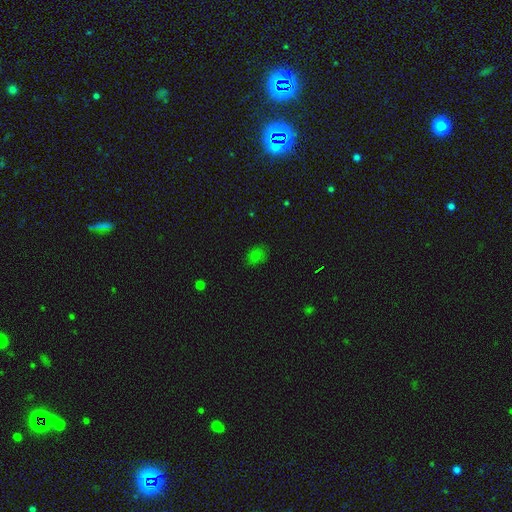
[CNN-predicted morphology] Q: Smooth or featured?
A: smooth (76%); runner-up: star or artifact (19%)
Q: How rounded?
A: in between (66%); runner-up: round (32%)
Q: Merging?
A: none (77%); runner-up: minor disturbance (17%)